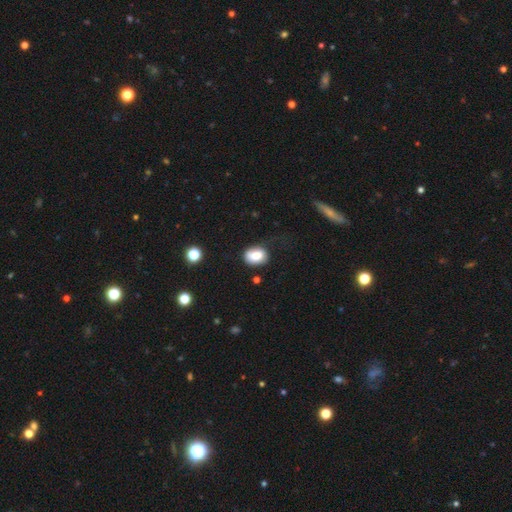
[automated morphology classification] A smooth galaxy with no disk features (79%) that is in between round and cigar-shaped (58%). Merging: none (63%).